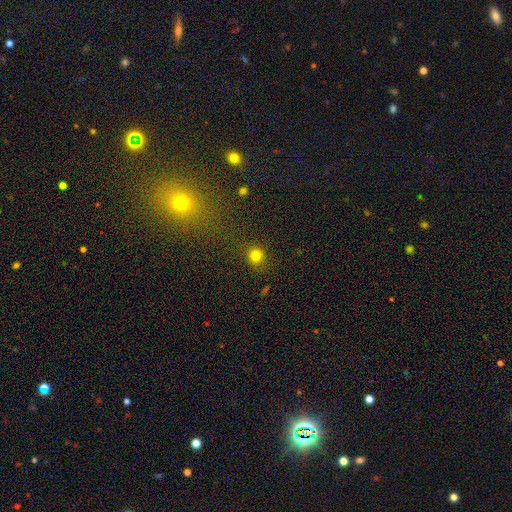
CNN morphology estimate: Smooth or featured? smooth (80%)
How rounded? round (90%)
Merging? none (87%)